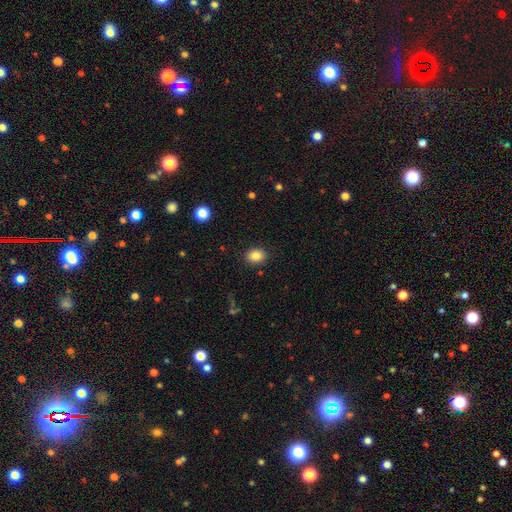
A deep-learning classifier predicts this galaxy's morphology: Q: Smooth or featured?
A: smooth (84%); runner-up: star or artifact (10%)
Q: How rounded?
A: in between (55%); runner-up: round (44%)
Q: Merging?
A: none (88%); runner-up: minor disturbance (8%)